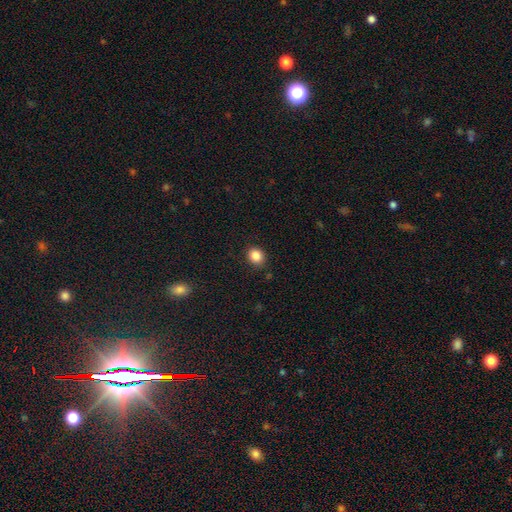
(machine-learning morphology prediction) Smooth or featured? smooth (87%)
How rounded? round (66%)
Merging? none (88%)